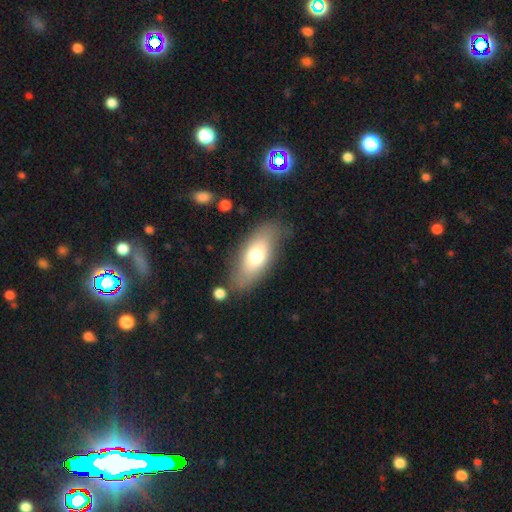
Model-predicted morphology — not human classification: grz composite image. It shows a smooth galaxy with no disk features (65%) that is in between round and cigar-shaped (82%). Merging: none (74%).